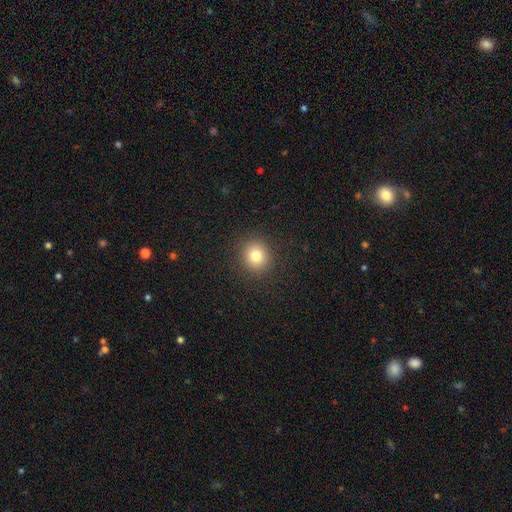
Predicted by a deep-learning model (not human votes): Morphology: type=smooth (80%); roundness=round (87%); merging=none (91%).